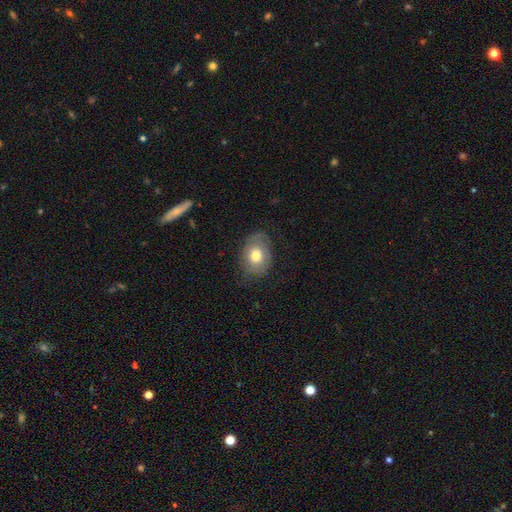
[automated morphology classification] The model was most divided on "how rounded": in between: 68%, round: 31%, cigar-shaped: 1%. More confident: merging — none (71%); smooth or featured — smooth (66%).